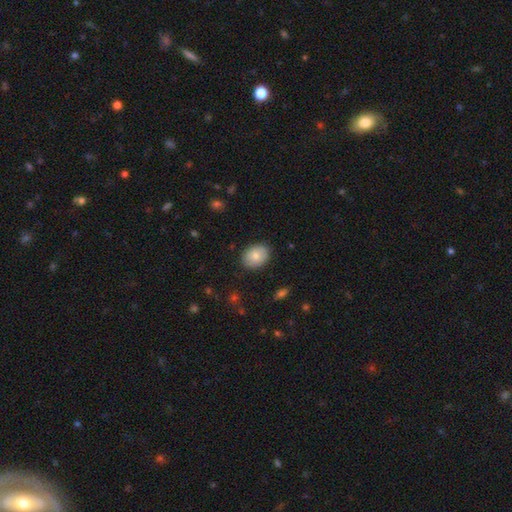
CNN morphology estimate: This is likely a smooth galaxy (80%). How rounded: likely in between (64%). Merging: clearly none (86%).